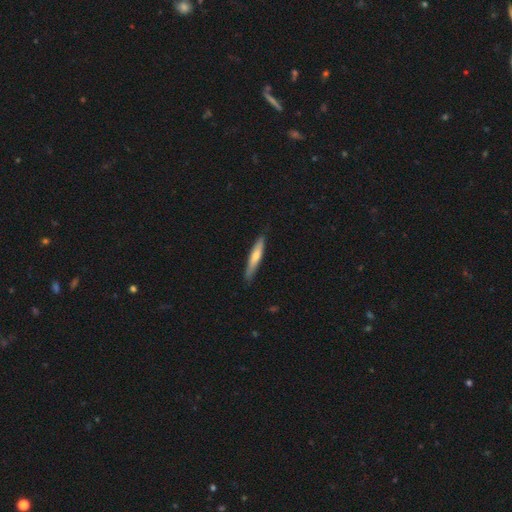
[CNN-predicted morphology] Q: Smooth or featured?
A: smooth (62%); runner-up: featured or disk (33%)
Q: How rounded?
A: cigar-shaped (90%); runner-up: in between (9%)
Q: Merging?
A: none (83%); runner-up: minor disturbance (14%)